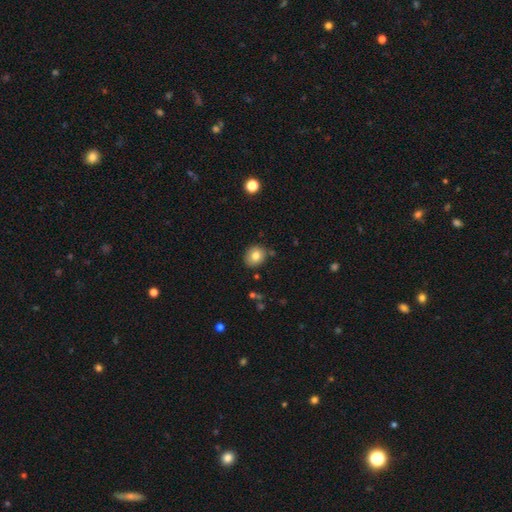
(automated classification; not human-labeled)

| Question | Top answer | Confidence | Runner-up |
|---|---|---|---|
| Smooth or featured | smooth | 79% | featured or disk (11%) |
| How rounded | round | 67% | in between (33%) |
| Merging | none | 83% | minor disturbance (12%) |